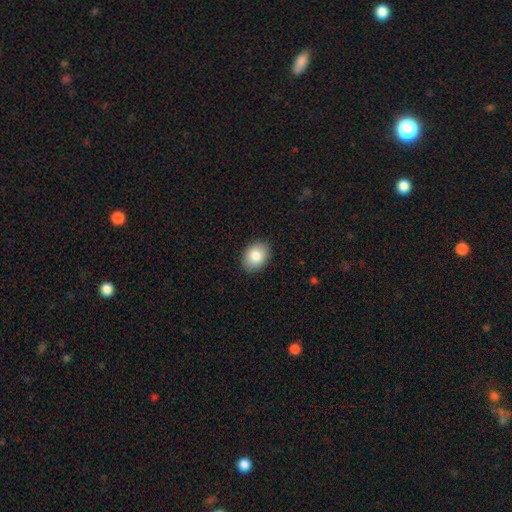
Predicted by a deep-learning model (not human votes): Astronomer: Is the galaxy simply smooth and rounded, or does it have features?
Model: smooth — 86%.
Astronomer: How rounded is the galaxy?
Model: in between — 71%.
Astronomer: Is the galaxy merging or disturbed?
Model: none — 89%.